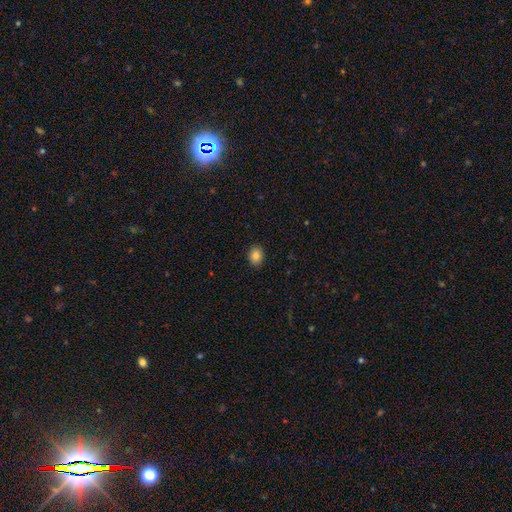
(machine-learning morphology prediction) The model was most divided on "how rounded": in between: 50%, round: 49%, cigar-shaped: 1%. More confident: merging — none (90%); smooth or featured — smooth (84%).